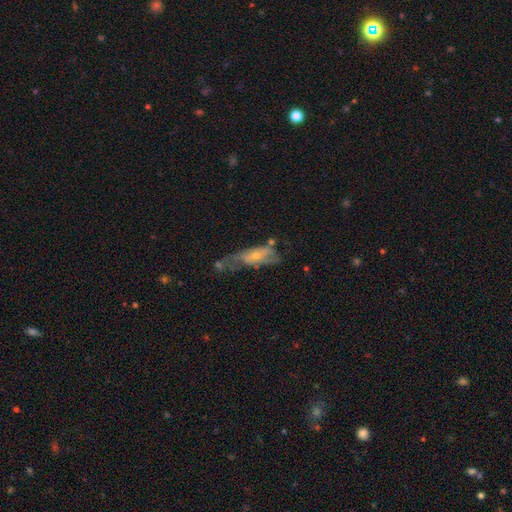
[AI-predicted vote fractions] A featured or disk galaxy (52%). Merging: major disturbance (37%).